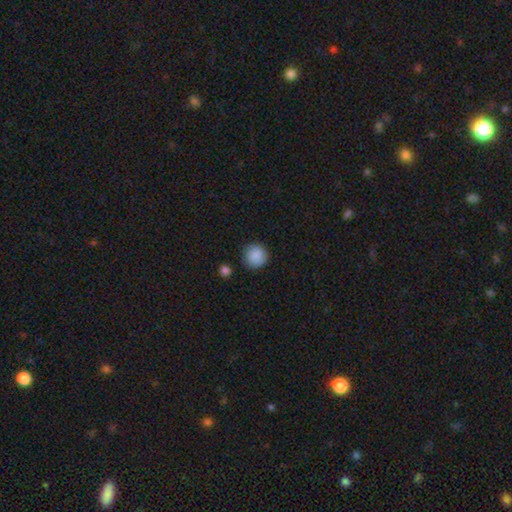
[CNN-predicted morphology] smooth_or_featured: smooth (p=0.88) [alt: star or artifact p=0.08]
how_rounded: round (p=0.94) [alt: in between p=0.05]
merging: none (p=0.87) [alt: minor disturbance p=0.09]